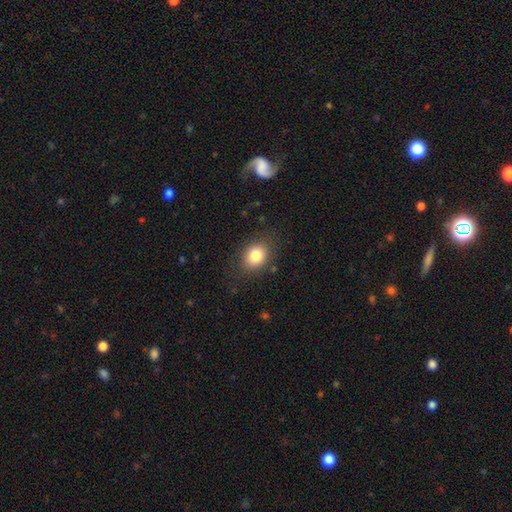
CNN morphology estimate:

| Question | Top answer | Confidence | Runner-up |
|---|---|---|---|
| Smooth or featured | smooth | 82% | star or artifact (10%) |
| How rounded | in between | 56% | round (43%) |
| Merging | none | 82% | minor disturbance (12%) |